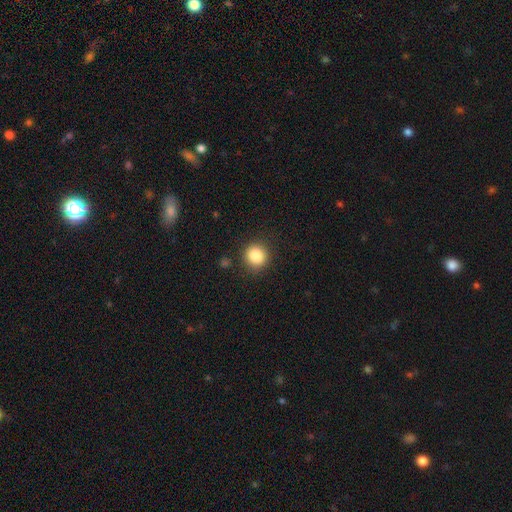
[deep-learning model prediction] Smooth or featured? Predicted: smooth (p=0.85). How rounded? Predicted: round (p=0.90). Merging? Predicted: none (p=0.89).